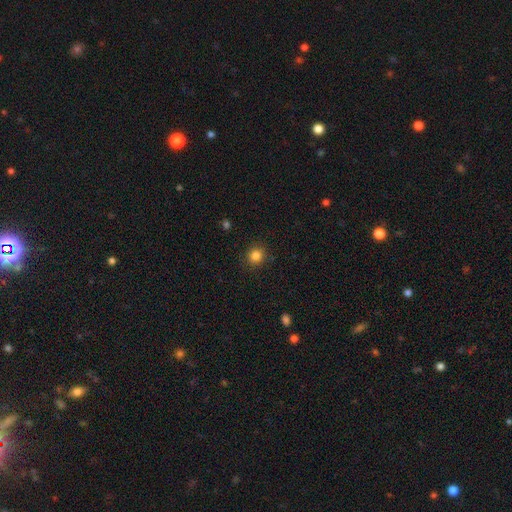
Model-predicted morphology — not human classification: This is clearly a smooth galaxy (84%). How rounded: clearly round (88%). Merging: clearly none (90%).